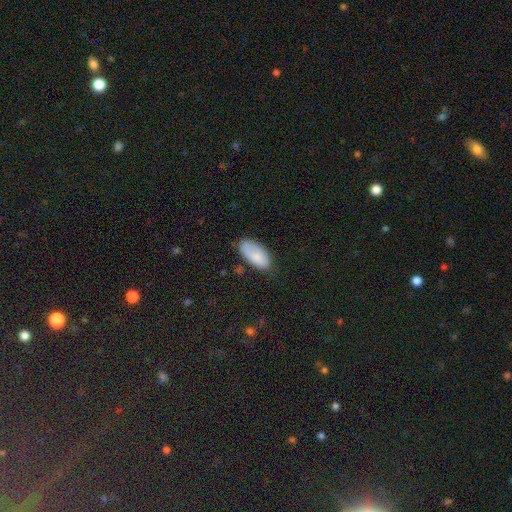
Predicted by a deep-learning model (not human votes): Smooth or featured: smooth — 83% (featured or disk — 10%)
How rounded: in between — 93% (cigar-shaped — 5%)
Merging: none — 72% (minor disturbance — 21%)